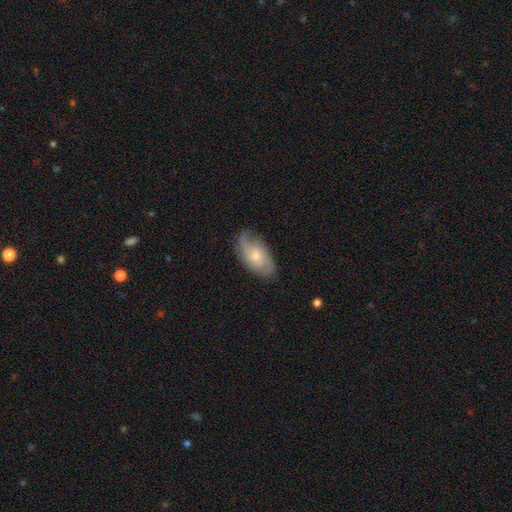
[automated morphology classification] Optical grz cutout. It shows a featured or disk galaxy (67%) with no bar (69%), 2 (50%) medium (43%) spiral arms (90%) and a small central bulge (53%). Merging: none (72%).